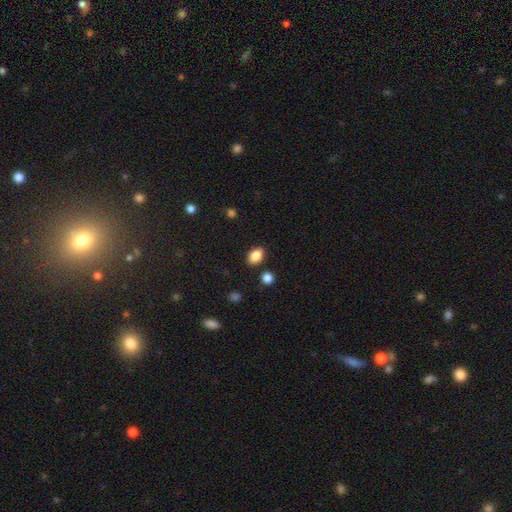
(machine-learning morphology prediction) Smooth or featured?
  - smooth: 86% *
  - star or artifact: 9%
  - featured or disk: 5%
How rounded?
  - in between: 77% *
  - round: 22%
  - cigar-shaped: 1%
Merging?
  - none: 86% *
  - minor disturbance: 9%
  - merger: 3%
  - major disturbance: 2%